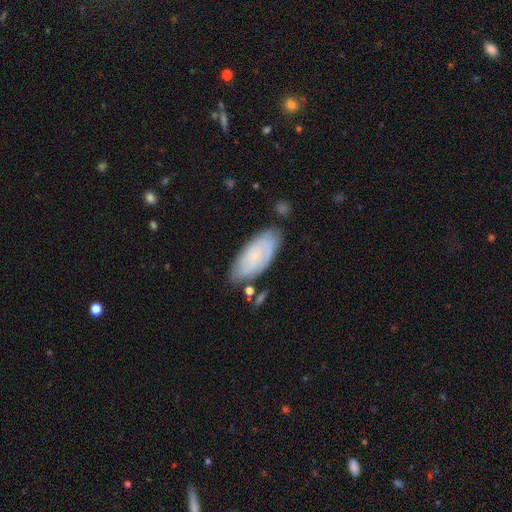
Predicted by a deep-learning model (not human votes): smooth_or_featured: featured or disk (p=0.49) [alt: smooth p=0.44]
merging: none (p=0.72) [alt: minor disturbance p=0.19]